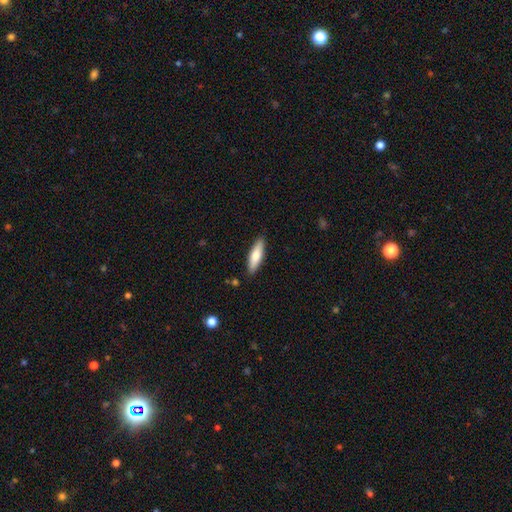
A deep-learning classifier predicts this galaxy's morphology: smooth 73%, featured or disk 22%, star or artifact 5%. Down the decision tree: how rounded — cigar-shaped (58%); merging — none (87%).